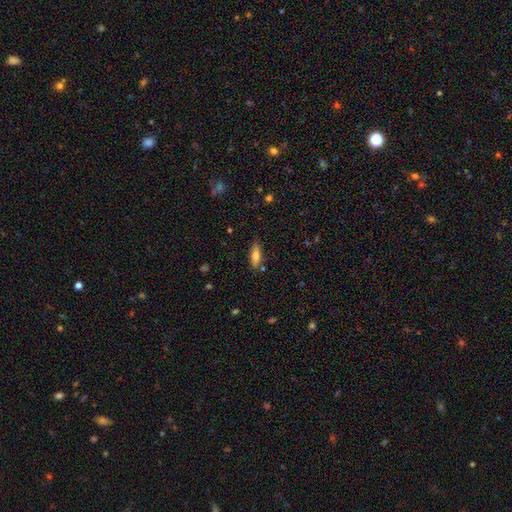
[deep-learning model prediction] Smooth or featured: smooth — 73% (featured or disk — 19%)
How rounded: in between — 62% (cigar-shaped — 36%)
Merging: none — 79% (minor disturbance — 15%)